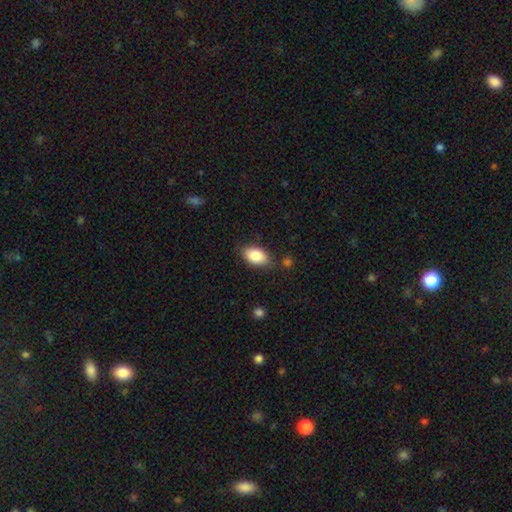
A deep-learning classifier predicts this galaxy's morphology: Smooth or featured? Predicted: smooth (p=0.87). How rounded? Predicted: in between (p=0.91). Merging? Predicted: none (p=0.76).